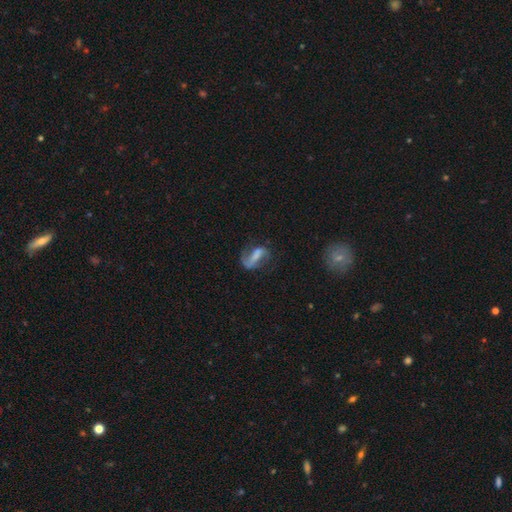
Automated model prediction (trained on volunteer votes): A featured or disk galaxy (68%) with a strong bar (49%), 2 (68%) loose (47%) spiral arms (86%) and no central bulge (46%). Merging: none (50%).